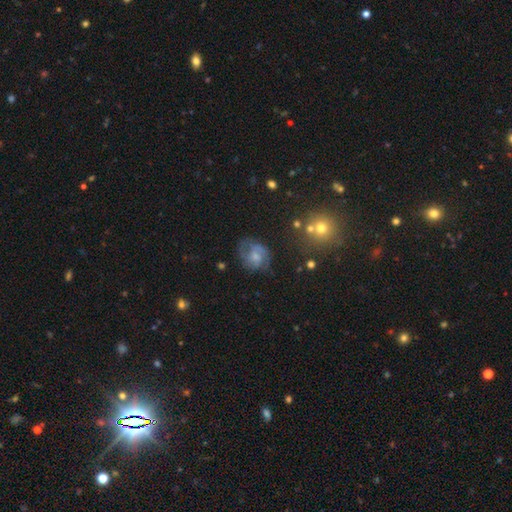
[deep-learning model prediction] Smooth or featured? Predicted: featured or disk (p=0.66). Edge-on disk? Predicted: no (p=0.98). Bar? Predicted: no (p=0.56). Spiral arms? Predicted: yes (p=0.88). Spiral winding? Predicted: medium (p=0.49). Spiral arm count? Predicted: 2 (p=0.65). Bulge size? Predicted: small (p=0.49). Merging? Predicted: none (p=0.60).